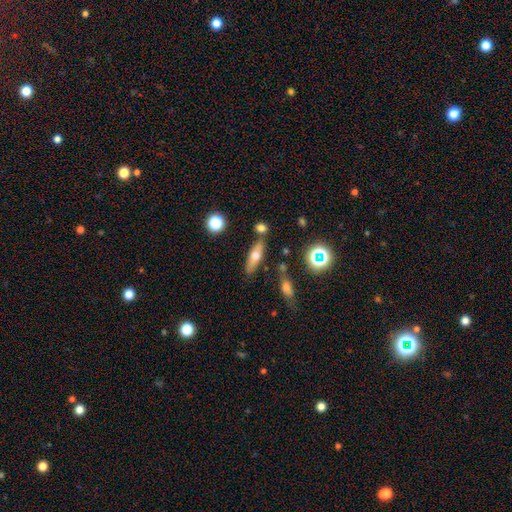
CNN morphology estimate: smooth_or_featured: smooth (p=0.58) [alt: featured or disk p=0.33]
how_rounded: in between (p=0.51) [alt: cigar-shaped p=0.45]
merging: none (p=0.75) [alt: minor disturbance p=0.13]